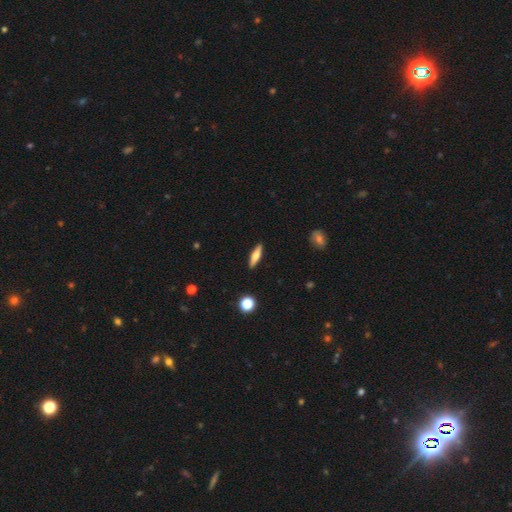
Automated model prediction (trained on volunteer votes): Smooth or featured?
  - smooth: 57% *
  - featured or disk: 37%
  - star or artifact: 7%
How rounded?
  - cigar-shaped: 69% *
  - in between: 28%
  - round: 3%
Merging?
  - none: 90% *
  - minor disturbance: 7%
  - major disturbance: 2%
  - merger: 1%